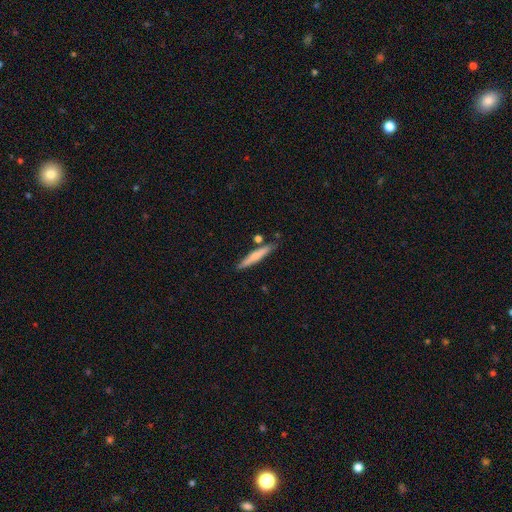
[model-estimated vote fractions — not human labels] Smooth or featured: smooth — 62% (featured or disk — 32%)
How rounded: cigar-shaped — 93% (in between — 5%)
Merging: none — 80% (minor disturbance — 11%)